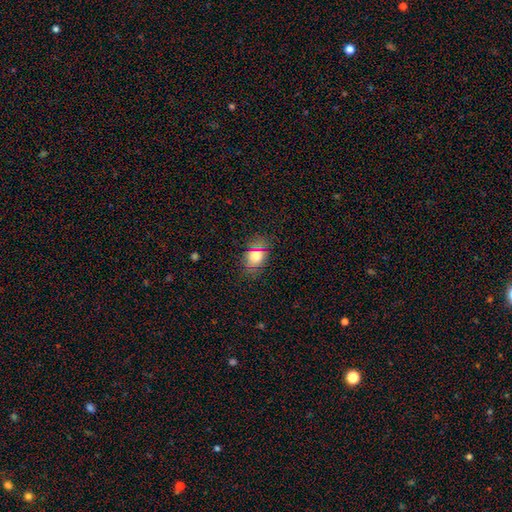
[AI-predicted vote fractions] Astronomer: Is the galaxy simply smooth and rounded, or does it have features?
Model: smooth — 74%.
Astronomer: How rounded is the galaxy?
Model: in between — 73%.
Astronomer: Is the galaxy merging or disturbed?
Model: none — 79%.